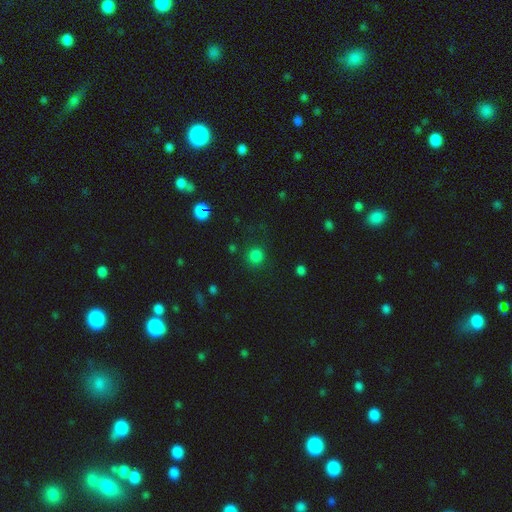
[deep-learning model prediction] smooth-or-featured: smooth: 80% | star or artifact: 16% | featured or disk: 4%
  how-rounded: round: 91% | in between: 8% | cigar-shaped: 1%
  merging: none: 84% | minor disturbance: 9% | major disturbance: 4% | merger: 2%